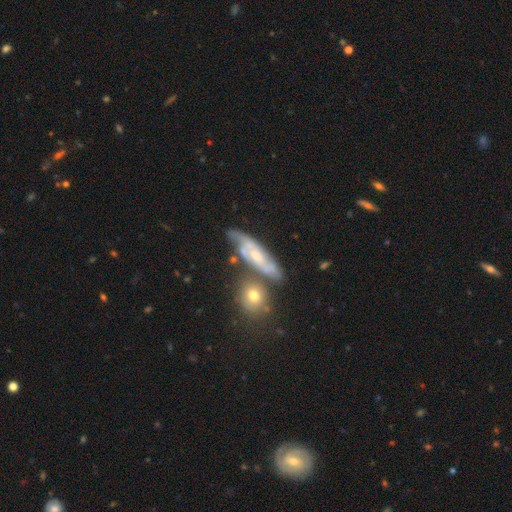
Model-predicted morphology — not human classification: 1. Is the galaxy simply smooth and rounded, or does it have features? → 73% featured or disk, 19% smooth, 7% star or artifact.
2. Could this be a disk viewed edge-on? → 77% no, 23% yes.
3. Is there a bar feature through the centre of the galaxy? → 54% no, 36% weak, 11% strong.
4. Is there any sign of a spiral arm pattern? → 89% yes, 11% no.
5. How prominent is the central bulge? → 51% small, 41% moderate, 4% none, 3% large, 1% dominant.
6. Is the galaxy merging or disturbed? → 55% none, 19% minor disturbance, 18% merger, 8% major disturbance.